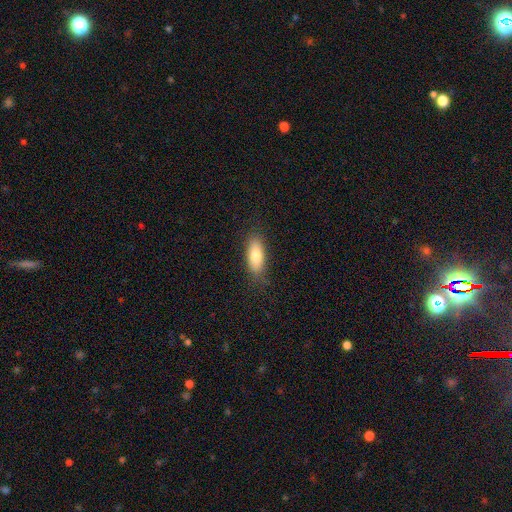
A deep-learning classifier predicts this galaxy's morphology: Overall: smooth (77%). How rounded: in between (77%). Merging: none (83%).